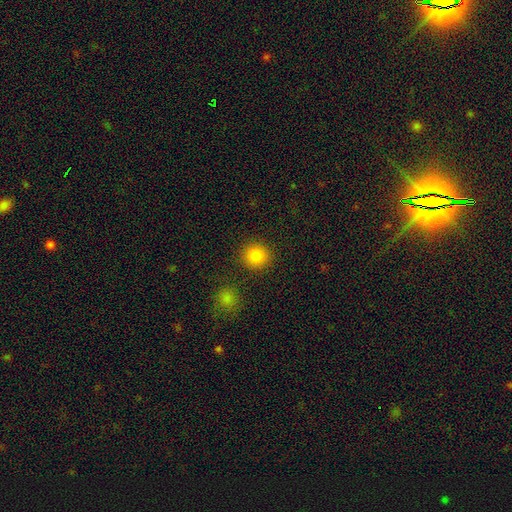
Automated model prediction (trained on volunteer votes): Smooth or featured: smooth — 84% (star or artifact — 11%)
How rounded: round — 92% (in between — 7%)
Merging: none — 89% (minor disturbance — 6%)